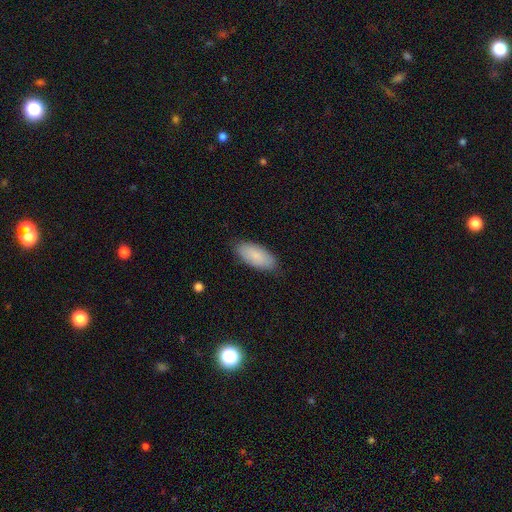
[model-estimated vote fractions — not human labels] Q: Smooth or featured?
A: smooth (85%); runner-up: featured or disk (9%)
Q: How rounded?
A: in between (87%); runner-up: cigar-shaped (11%)
Q: Merging?
A: none (84%); runner-up: minor disturbance (13%)